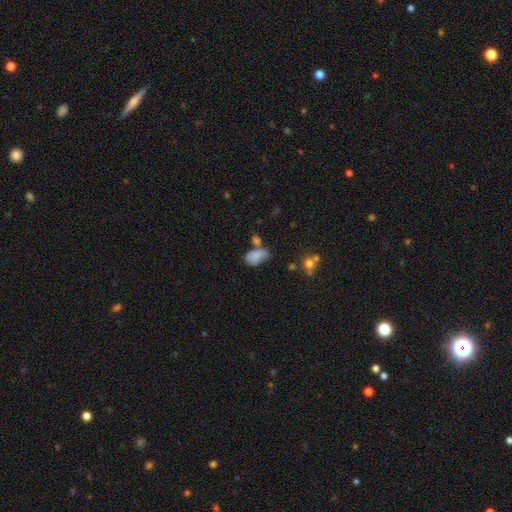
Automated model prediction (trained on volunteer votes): Smooth or featured? Predicted: smooth (p=0.78). How rounded? Predicted: in between (p=0.90). Merging? Predicted: none (p=0.34).